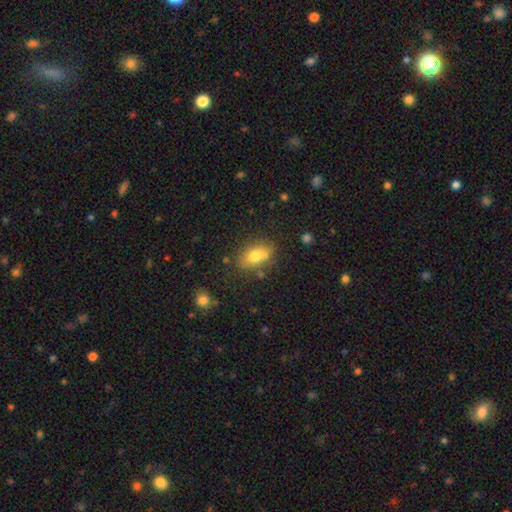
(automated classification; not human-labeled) Smooth or featured?
  - smooth: 73% *
  - featured or disk: 17%
  - star or artifact: 10%
How rounded?
  - in between: 82% *
  - round: 15%
  - cigar-shaped: 3%
Merging?
  - none: 68% *
  - minor disturbance: 16%
  - merger: 12%
  - major disturbance: 4%